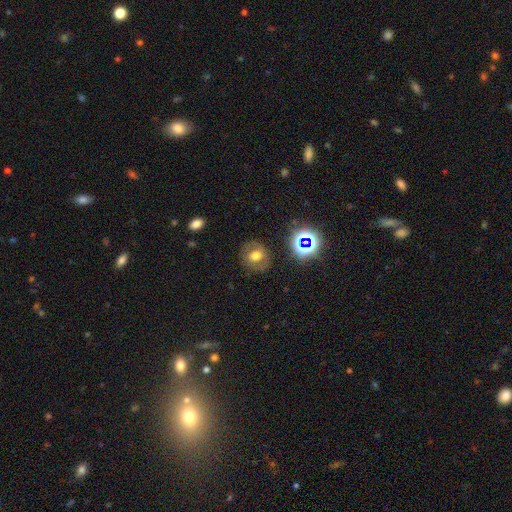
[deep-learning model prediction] smooth-or-featured: smooth: 49% | featured or disk: 34% | star or artifact: 16%
  merging: none: 81% | minor disturbance: 11% | major disturbance: 6% | merger: 2%